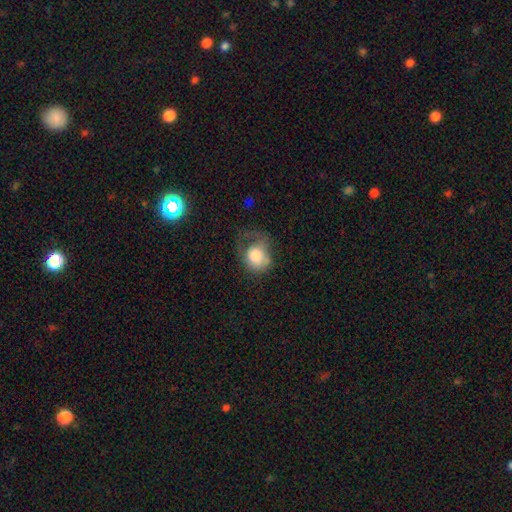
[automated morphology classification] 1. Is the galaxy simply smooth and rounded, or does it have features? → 72% smooth, 19% featured or disk, 8% star or artifact.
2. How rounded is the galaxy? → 61% round, 38% in between, 1% cigar-shaped.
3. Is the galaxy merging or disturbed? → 44% major disturbance, 27% none, 26% minor disturbance, 3% merger.